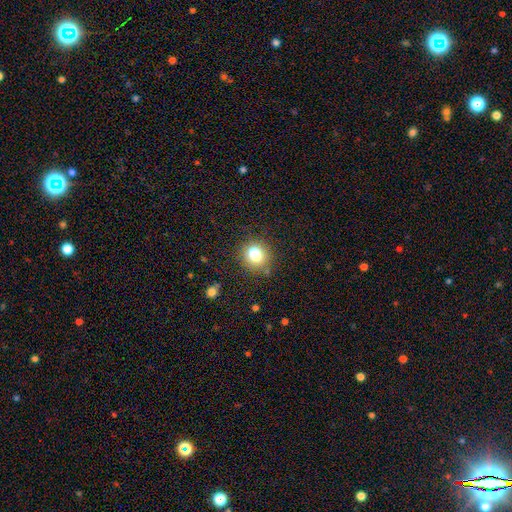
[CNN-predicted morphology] type=smooth (79%); roundness=round (81%); merging=none (83%).